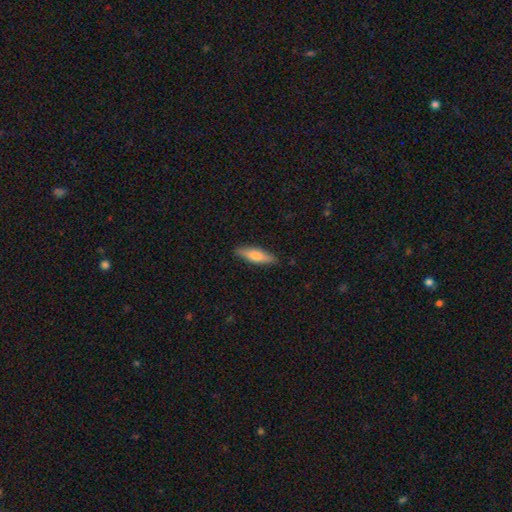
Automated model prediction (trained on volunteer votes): Overall: smooth (67%). How rounded: cigar-shaped (65%; in between 33%). Merging: none (88%).